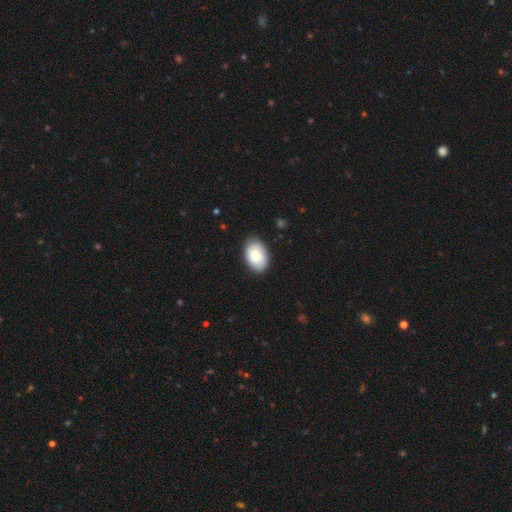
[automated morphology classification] Overall: smooth (82%). How rounded: in between (90%). Merging: none (84%).